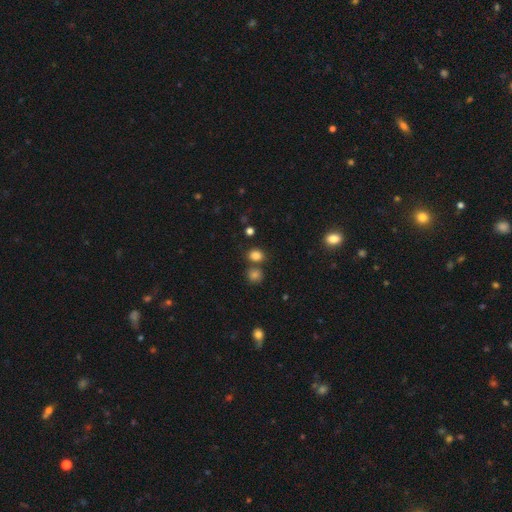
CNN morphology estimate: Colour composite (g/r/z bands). It shows a smooth galaxy with no disk features (81%) that is round (62%). Merging: none (65%).